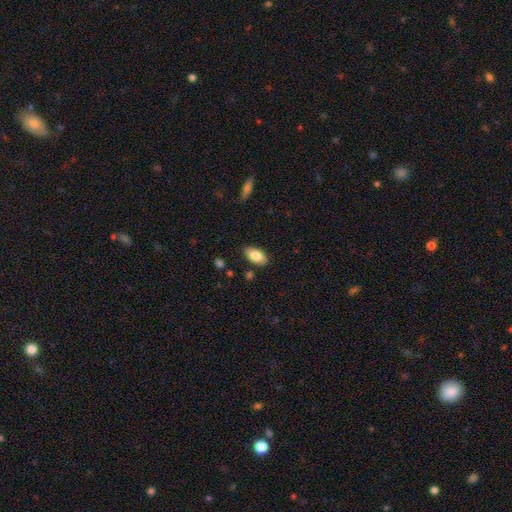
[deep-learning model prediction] Smooth or featured? Predicted: smooth (p=0.84). How rounded? Predicted: in between (p=0.93). Merging? Predicted: none (p=0.85).